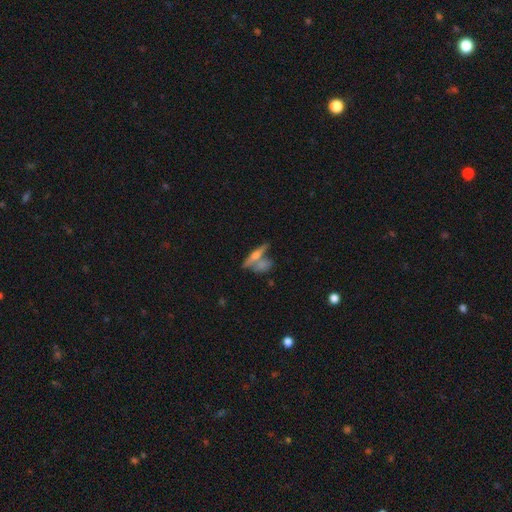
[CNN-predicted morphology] type=featured or disk (49%); merging=none (48%).